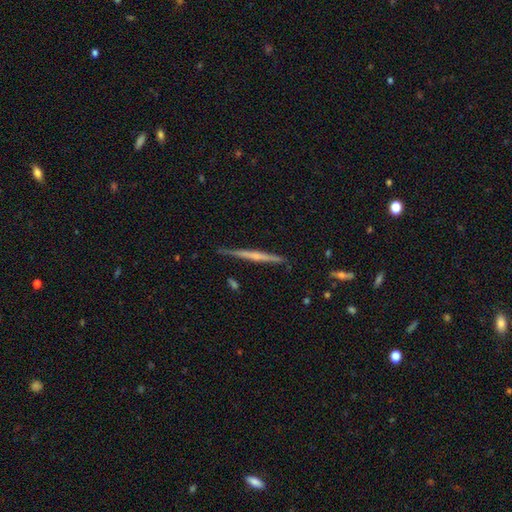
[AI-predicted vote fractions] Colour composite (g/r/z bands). It shows a featured or disk galaxy (64%) viewed edge-on (98%) with no central bulge (52%). Merging: none (85%).